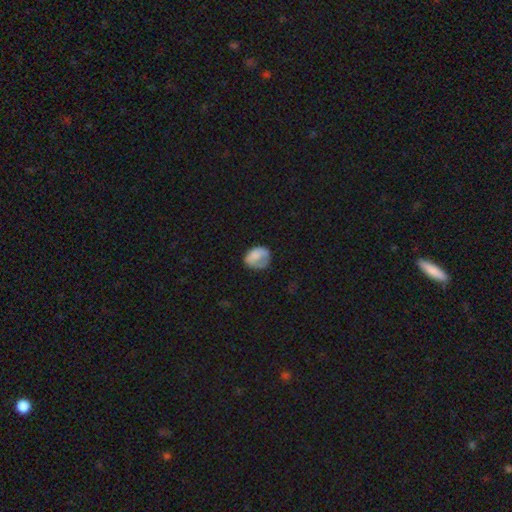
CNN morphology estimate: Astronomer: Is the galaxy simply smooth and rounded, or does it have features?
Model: smooth — 76%.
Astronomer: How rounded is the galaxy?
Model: round — 51% (runner-up: in between, 47%).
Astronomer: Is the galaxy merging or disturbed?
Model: none — 48% (runner-up: minor disturbance, 30%).